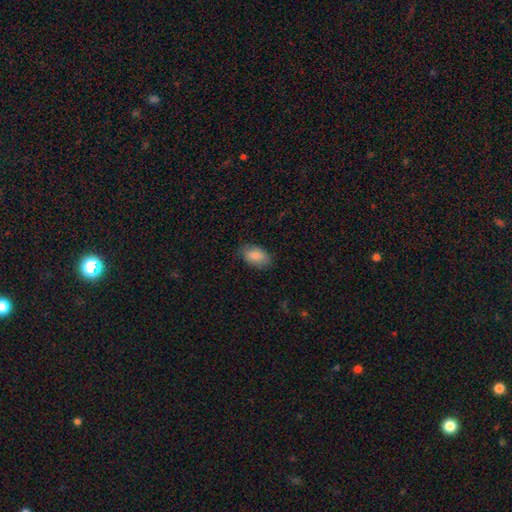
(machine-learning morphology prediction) type=smooth (86%); roundness=in between (92%); merging=none (82%).